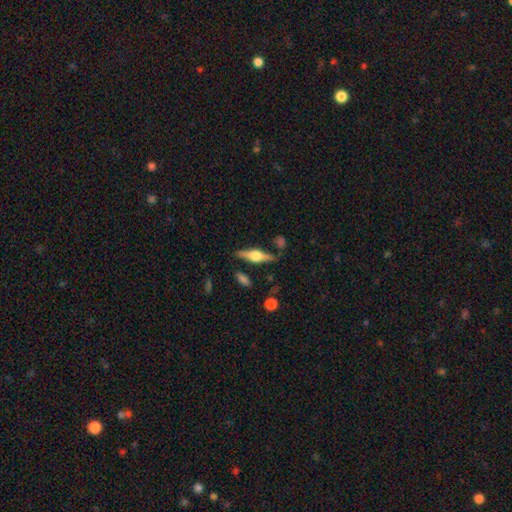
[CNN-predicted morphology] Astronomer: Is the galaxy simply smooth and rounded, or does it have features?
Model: featured or disk — 74%.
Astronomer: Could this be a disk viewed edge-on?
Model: yes — 97%.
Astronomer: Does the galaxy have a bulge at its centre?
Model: rounded — 93%.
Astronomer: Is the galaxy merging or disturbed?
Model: none — 83%.